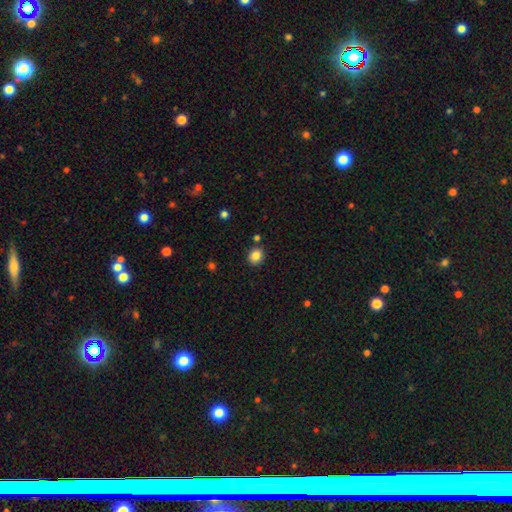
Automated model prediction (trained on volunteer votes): Morphology: type=smooth (84%); roundness=round (77%); merging=none (85%).